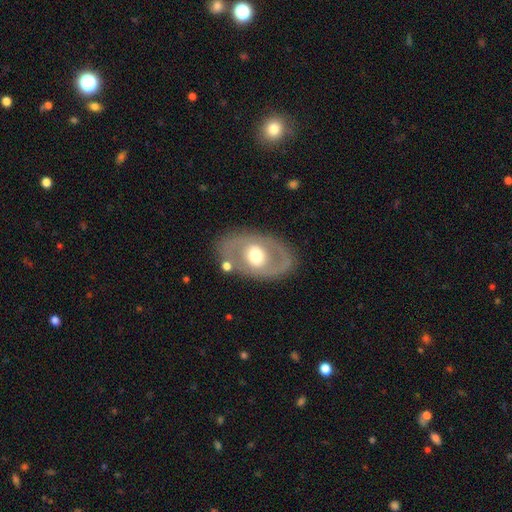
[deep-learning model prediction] featured or disk 59%, smooth 35%, star or artifact 6%. Down the decision tree: edge-on disk — no (90%); bar — no (70%); spiral arms — no (77%); bulge size — moderate (64%); merging — none (77%).